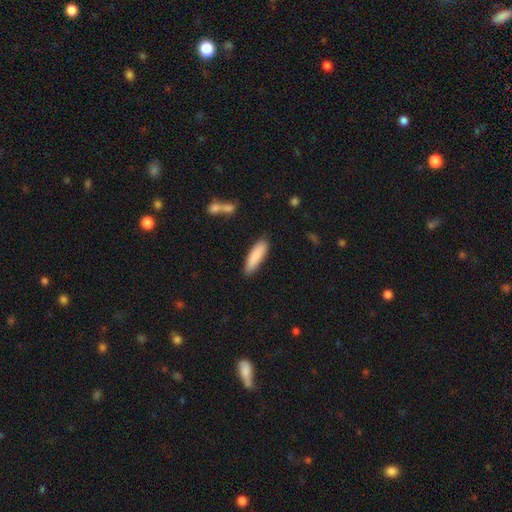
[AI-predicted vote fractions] Smooth or featured? Predicted: smooth (p=0.86). How rounded? Predicted: cigar-shaped (p=0.63). Merging? Predicted: none (p=0.84).